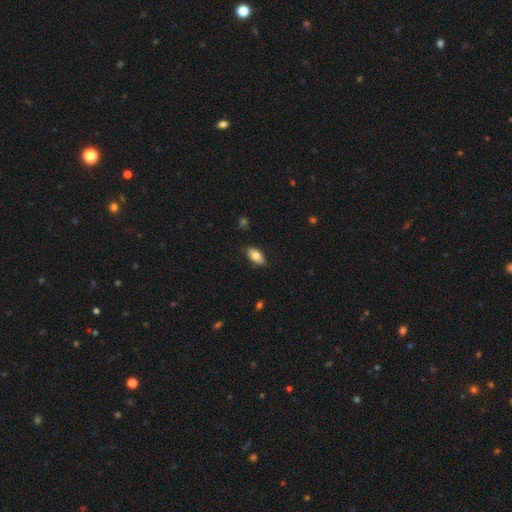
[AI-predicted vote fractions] A smooth galaxy with no disk features (78%) that is in between round and cigar-shaped (93%).

Vote fractions:
- Smooth or featured? smooth: 78% / featured or disk: 15% / star or artifact: 7%
- How rounded? in between: 93% / cigar-shaped: 4% / round: 4%
- Merging? none: 83% / minor disturbance: 14% / major disturbance: 2% / merger: 1%